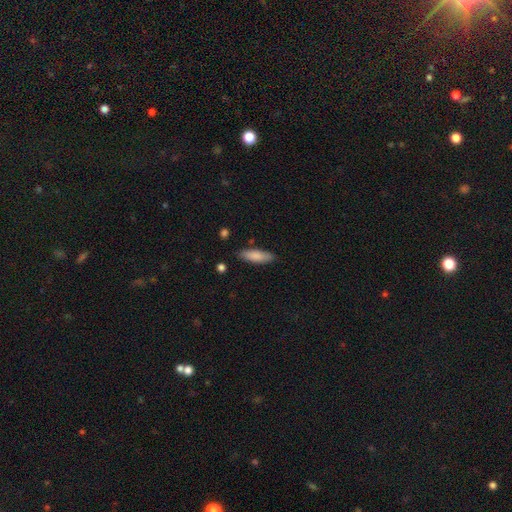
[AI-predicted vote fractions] This appears to be a smooth galaxy with no disk features (84%) that is in between round and cigar-shaped (53%). Merging: none (84%).